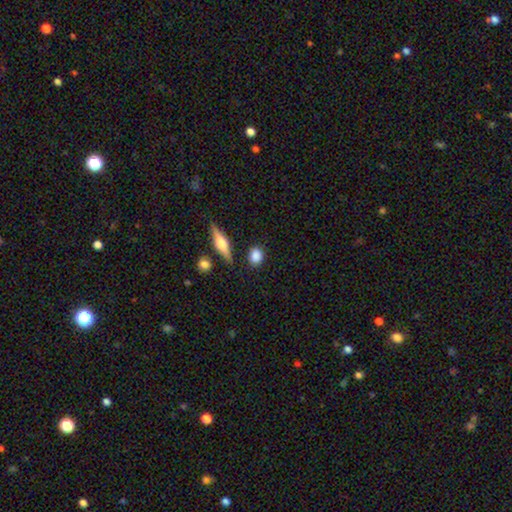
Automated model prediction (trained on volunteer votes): smooth-or-featured: smooth: 83% | featured or disk: 9% | star or artifact: 8%
  how-rounded: round: 59% | in between: 37% | cigar-shaped: 4%
  merging: none: 82% | minor disturbance: 11% | merger: 4% | major disturbance: 3%